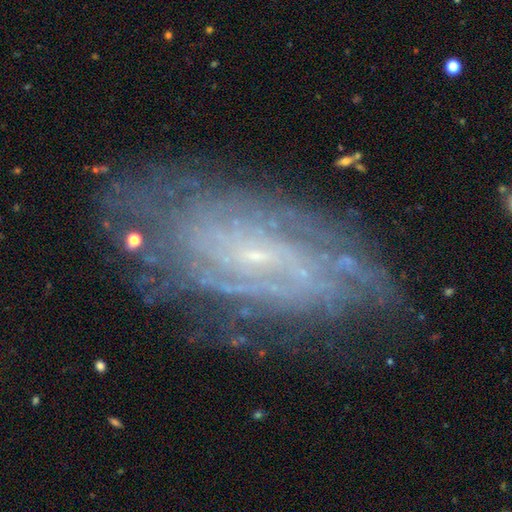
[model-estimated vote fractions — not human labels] This appears to be a featured or disk galaxy (81%) with no bar (51%), tight (65%) spiral arms (90%) and a small central bulge (84%). Merging: none (72%).